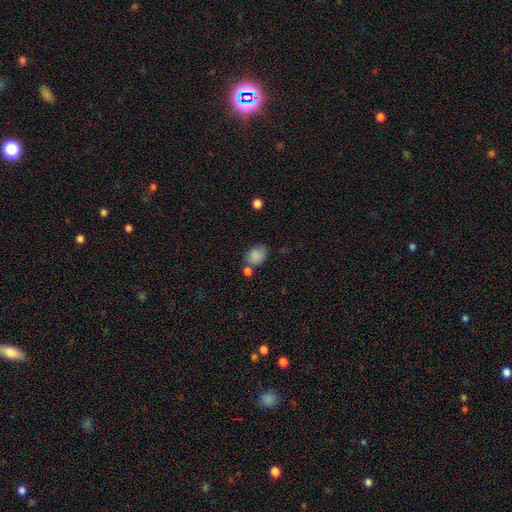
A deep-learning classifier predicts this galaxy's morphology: Smooth or featured? Predicted: smooth (p=0.83). How rounded? Predicted: in between (p=0.60). Merging? Predicted: none (p=0.55).